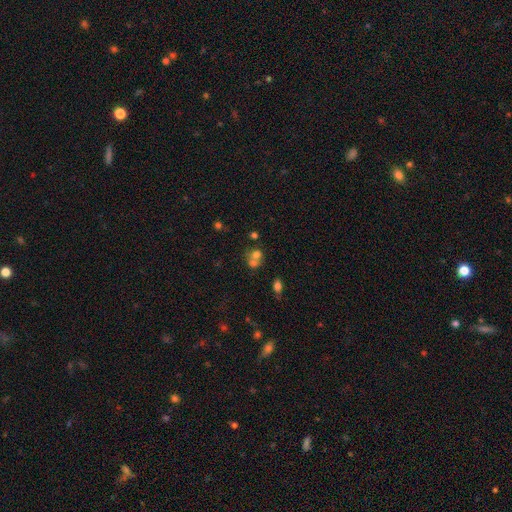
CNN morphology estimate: This is likely a smooth galaxy (66%). How rounded: likely round (71%). Merging: possibly merger (56%).